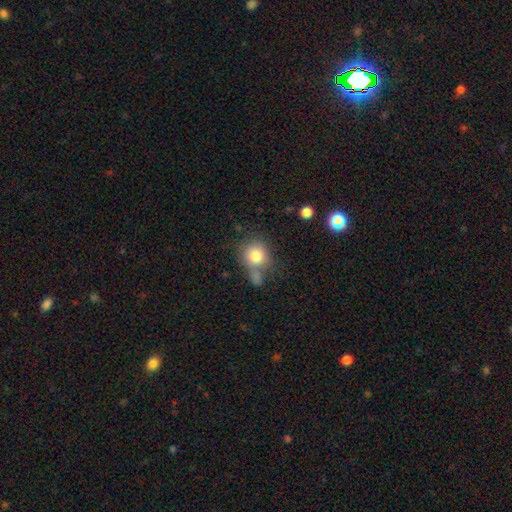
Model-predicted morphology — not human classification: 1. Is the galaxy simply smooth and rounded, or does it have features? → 79% smooth, 11% featured or disk, 10% star or artifact.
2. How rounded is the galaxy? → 84% round, 14% in between, 1% cigar-shaped.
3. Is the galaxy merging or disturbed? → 53% none, 23% merger, 16% minor disturbance, 8% major disturbance.